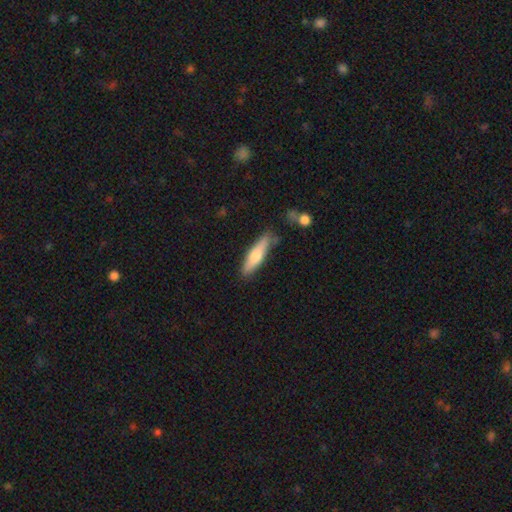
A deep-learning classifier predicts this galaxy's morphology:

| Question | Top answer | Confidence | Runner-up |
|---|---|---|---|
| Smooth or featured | smooth | 63% | featured or disk (32%) |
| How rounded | cigar-shaped | 74% | in between (24%) |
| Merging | none | 76% | minor disturbance (16%) |